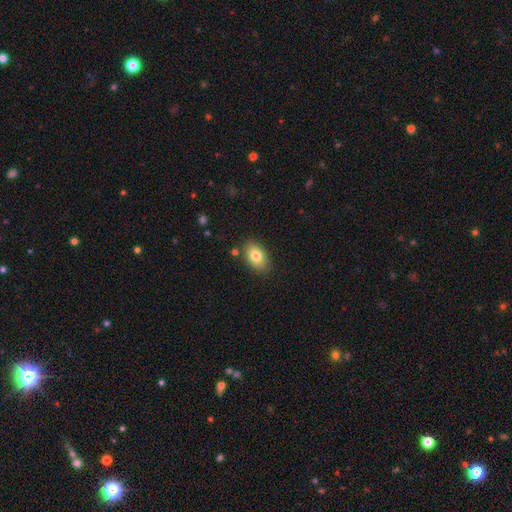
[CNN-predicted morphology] This is likely a smooth galaxy (80%). How rounded: clearly in between (89%). Merging: clearly none (83%).